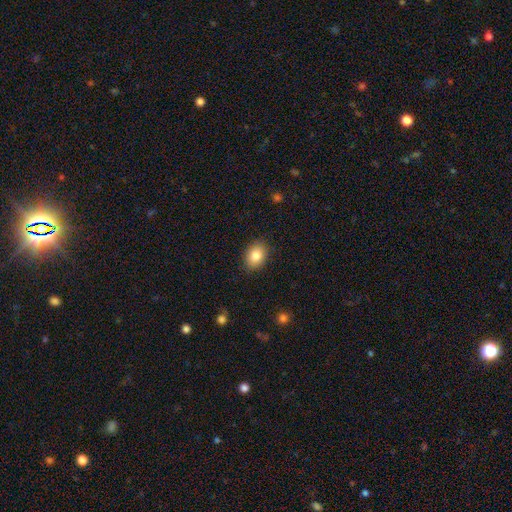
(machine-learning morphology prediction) smooth-or-featured: smooth: 84% | star or artifact: 8% | featured or disk: 7%
  how-rounded: in between: 71% | round: 28% | cigar-shaped: 1%
  merging: none: 88% | minor disturbance: 9% | major disturbance: 2% | merger: 1%